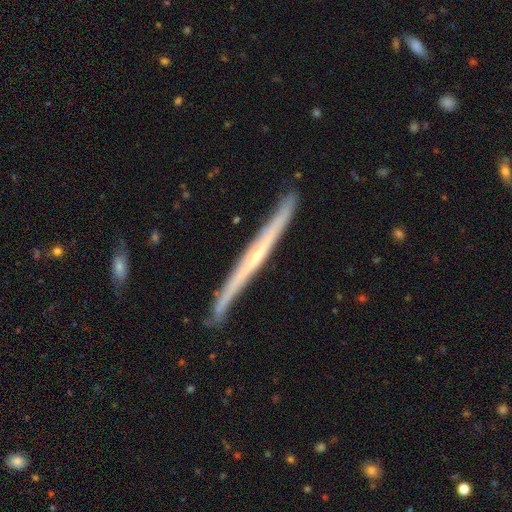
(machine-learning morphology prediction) smooth_or_featured: featured or disk (p=0.74) [alt: smooth p=0.20]
disk_edge_on: yes (p=0.97) [alt: no p=0.03]
edge_on_bulge: none (p=0.52) [alt: rounded p=0.44]
merging: none (p=0.87) [alt: minor disturbance p=0.10]